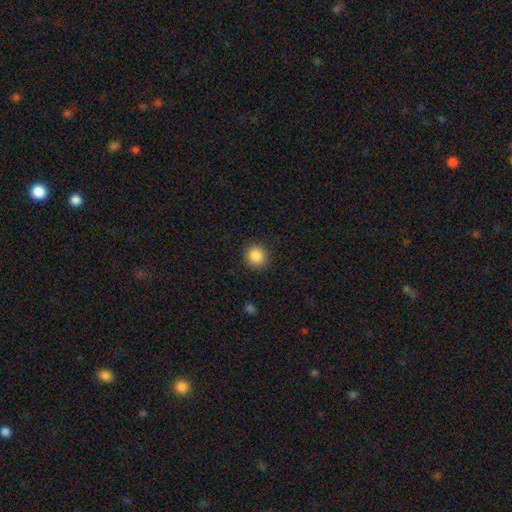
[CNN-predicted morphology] Smooth or featured? smooth (87%)
How rounded? round (91%)
Merging? none (90%)